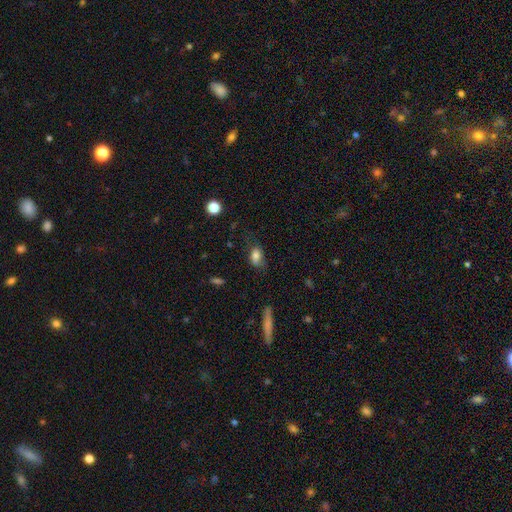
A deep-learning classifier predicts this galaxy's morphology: type=smooth (78%); roundness=in between (84%); merging=none (55%).